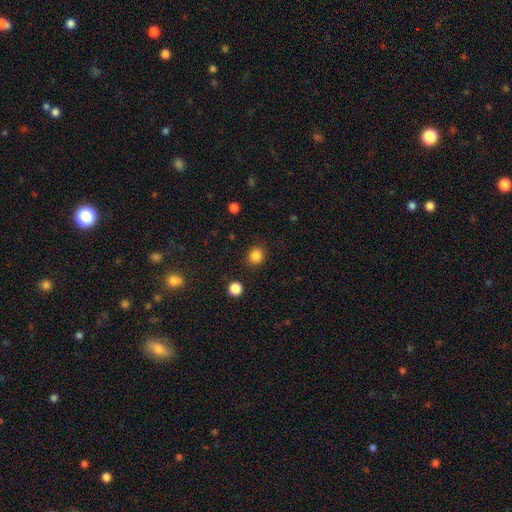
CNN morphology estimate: smooth 85%, star or artifact 12%, featured or disk 3%. Down the decision tree: how rounded — round (85%); merging — none (89%).